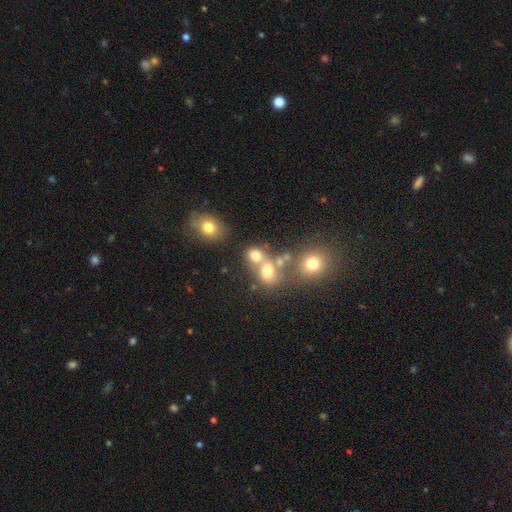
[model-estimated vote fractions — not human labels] Smooth or featured?
  - smooth: 70% *
  - star or artifact: 17%
  - featured or disk: 12%
How rounded?
  - round: 74% *
  - in between: 25%
  - cigar-shaped: 1%
Merging?
  - none: 46% *
  - merger: 41%
  - minor disturbance: 9%
  - major disturbance: 5%